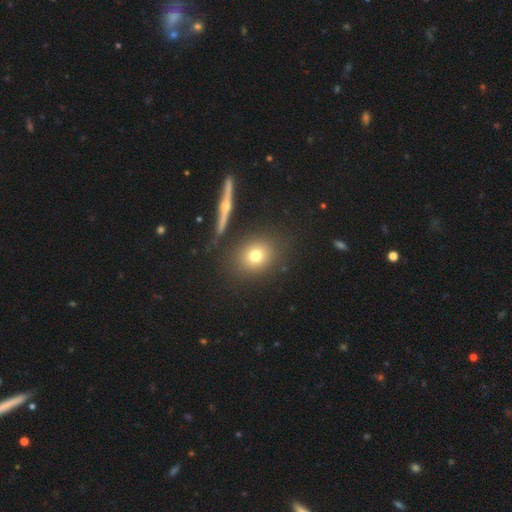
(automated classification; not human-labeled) Smooth or featured? Predicted: smooth (p=0.73). How rounded? Predicted: round (p=0.74). Merging? Predicted: none (p=0.83).